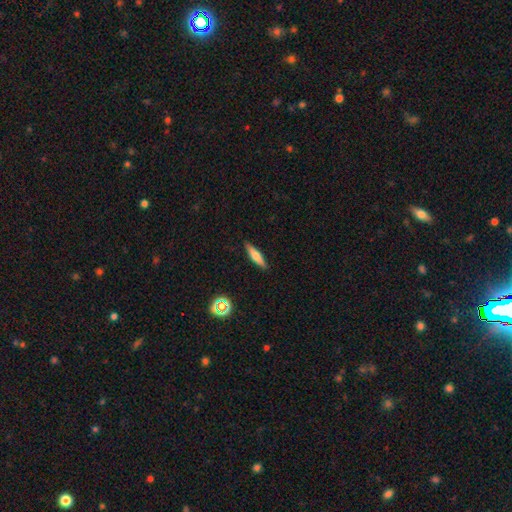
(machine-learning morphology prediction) smooth-or-featured: smooth: 58% | featured or disk: 34% | star or artifact: 8%
  how-rounded: cigar-shaped: 80% | in between: 18% | round: 2%
  merging: none: 88% | minor disturbance: 8% | major disturbance: 2% | merger: 1%